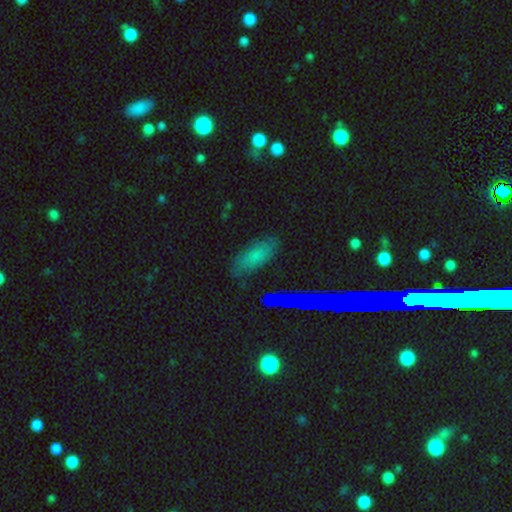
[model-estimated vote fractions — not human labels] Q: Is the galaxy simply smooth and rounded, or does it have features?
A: smooth — 66%.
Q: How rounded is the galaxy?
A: in between — 78%.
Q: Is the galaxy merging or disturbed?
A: none — 79%.